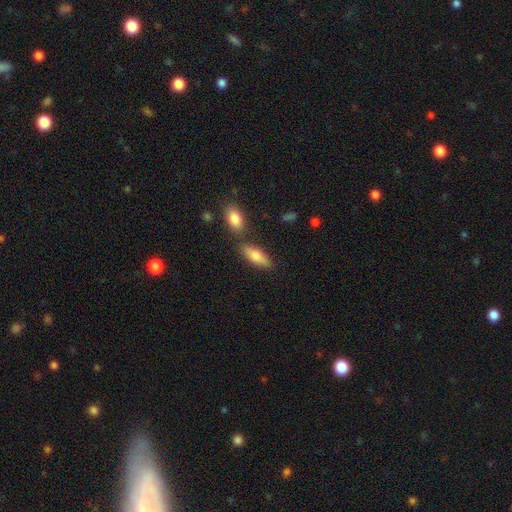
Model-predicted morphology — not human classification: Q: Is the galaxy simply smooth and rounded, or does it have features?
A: smooth — 76%.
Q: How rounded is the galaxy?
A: in between — 65%.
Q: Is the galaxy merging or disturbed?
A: none — 68%.